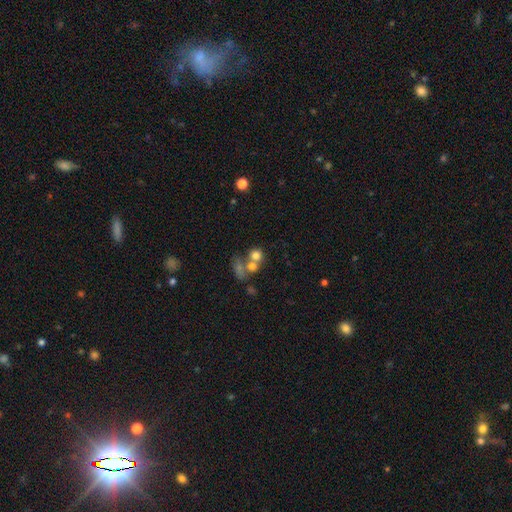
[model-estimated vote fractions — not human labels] This appears to be a smooth galaxy with no disk features (69%) that is round (79%). Merging: merger (51%).